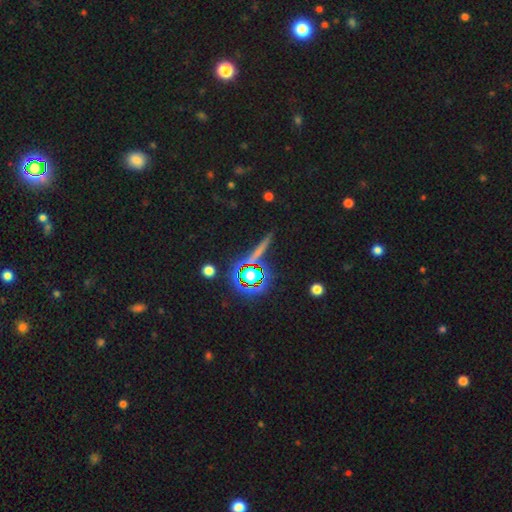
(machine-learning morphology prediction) Smooth or featured?
  - star or artifact: 64% *
  - smooth: 20%
  - featured or disk: 16%